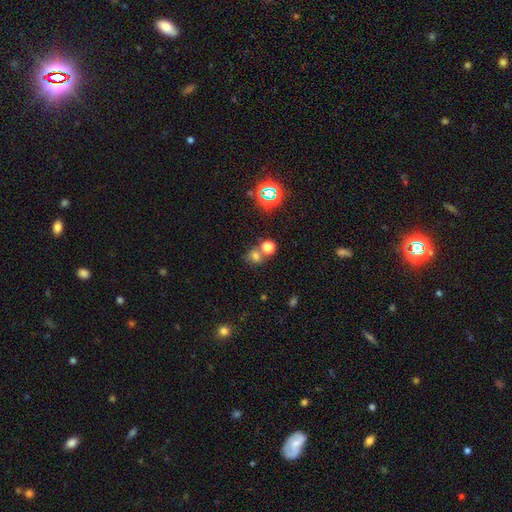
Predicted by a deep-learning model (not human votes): smooth-or-featured: smooth: 59% | star or artifact: 29% | featured or disk: 11%
  how-rounded: round: 73% | in between: 26% | cigar-shaped: 1%
  merging: none: 55% | merger: 31% | minor disturbance: 9% | major disturbance: 5%